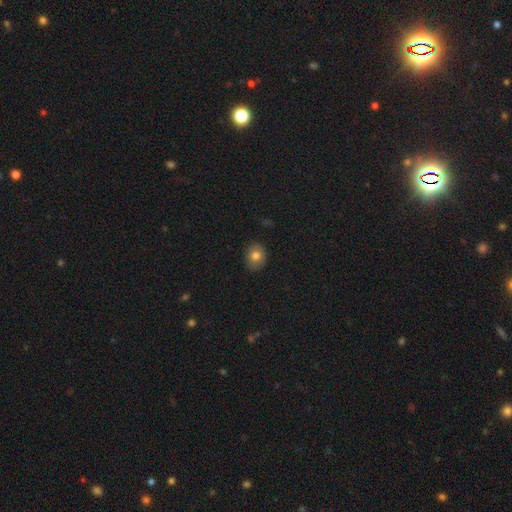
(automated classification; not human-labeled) Smooth or featured?
  - smooth: 79% *
  - star or artifact: 10%
  - featured or disk: 10%
How rounded?
  - round: 55% *
  - in between: 45%
  - cigar-shaped: 1%
Merging?
  - none: 86% *
  - minor disturbance: 11%
  - major disturbance: 2%
  - merger: 1%